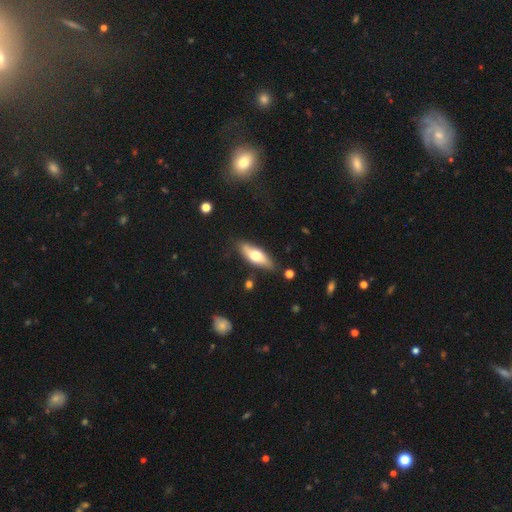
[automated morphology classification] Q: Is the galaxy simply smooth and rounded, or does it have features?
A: smooth — 60%.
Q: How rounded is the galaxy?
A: in between — 63%.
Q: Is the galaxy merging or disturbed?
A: none — 82%.